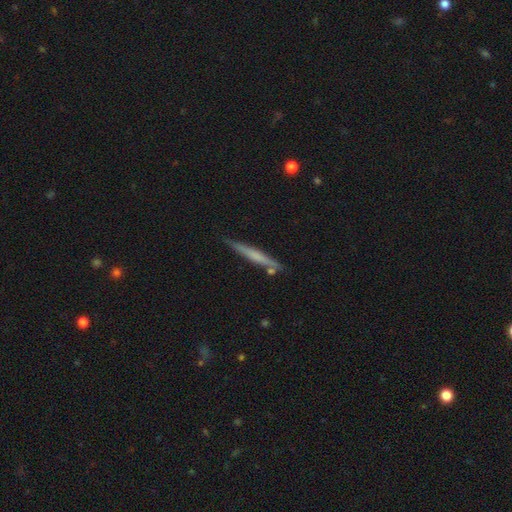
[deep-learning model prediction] Smooth or featured?
  - featured or disk: 47% * (tied)
  - smooth: 47% * (tied)
  - star or artifact: 6%
Merging?
  - none: 80% *
  - minor disturbance: 13%
  - merger: 5%
  - major disturbance: 2%